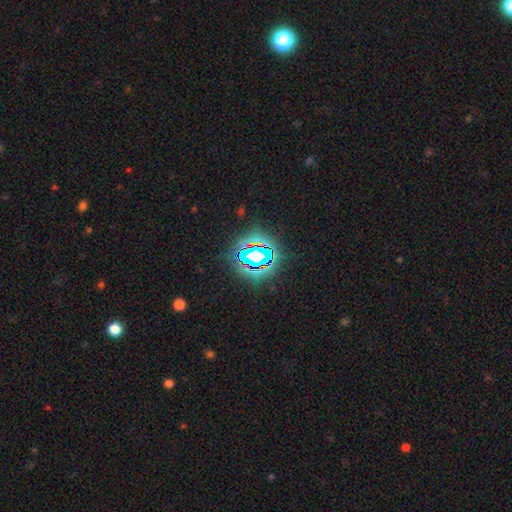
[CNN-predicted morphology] Smooth or featured? Predicted: star or artifact (p=0.71).